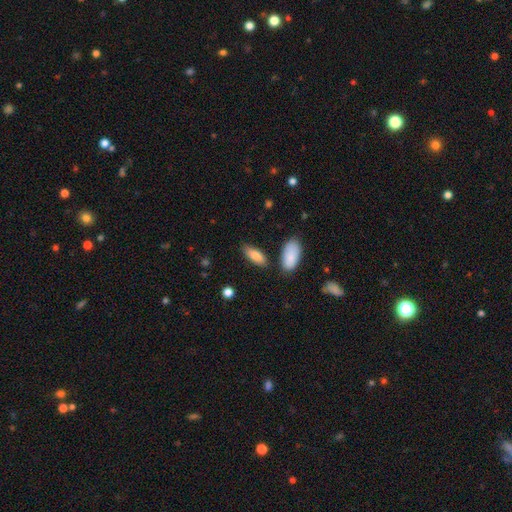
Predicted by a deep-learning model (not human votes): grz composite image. It shows a smooth galaxy with no disk features (85%) that is in between round and cigar-shaped (74%). Merging: none (78%).